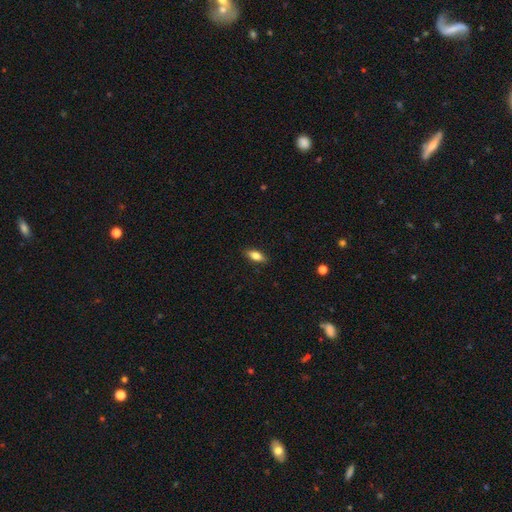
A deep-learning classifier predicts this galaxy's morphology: Smooth or featured? smooth (78%)
How rounded? in between (79%)
Merging? none (89%)